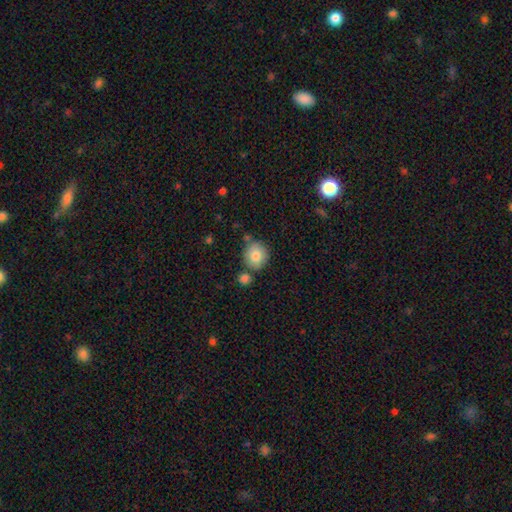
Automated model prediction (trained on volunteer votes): smooth 82%, featured or disk 10%, star or artifact 8%. Down the decision tree: how rounded — round (85%); merging — none (71%).